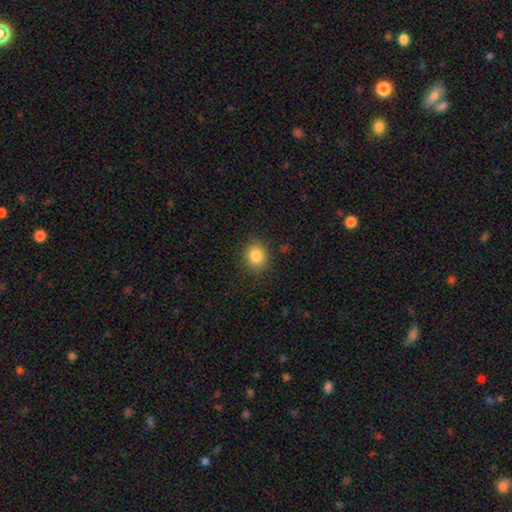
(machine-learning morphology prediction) Smooth or featured? smooth (85%)
How rounded? round (65%)
Merging? none (87%)